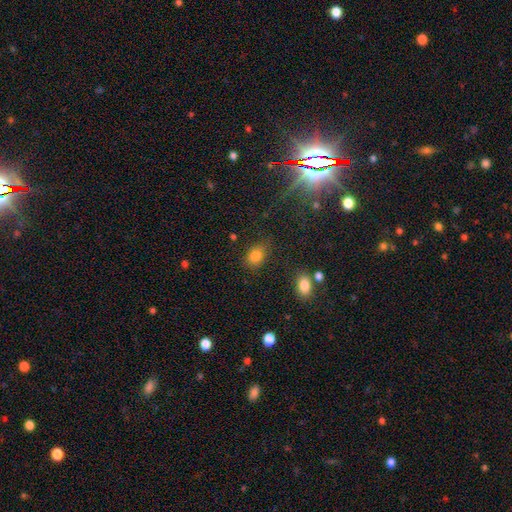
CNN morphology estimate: Smooth or featured? smooth (82%)
How rounded? in between (67%)
Merging? none (75%)